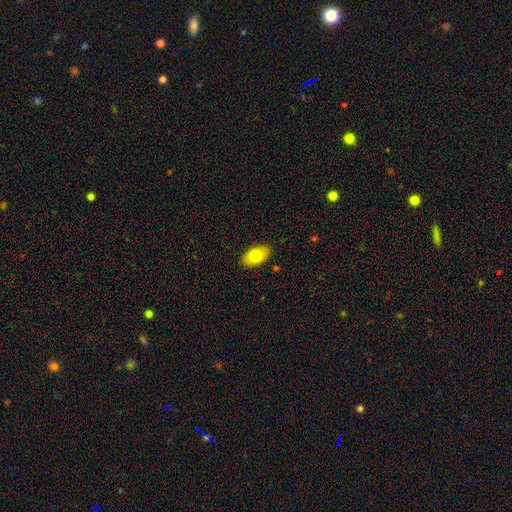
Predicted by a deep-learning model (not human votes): smooth-or-featured: smooth: 77% | featured or disk: 16% | star or artifact: 7%
  how-rounded: in between: 93% | round: 5% | cigar-shaped: 2%
  merging: none: 87% | minor disturbance: 10% | major disturbance: 2% | merger: 1%